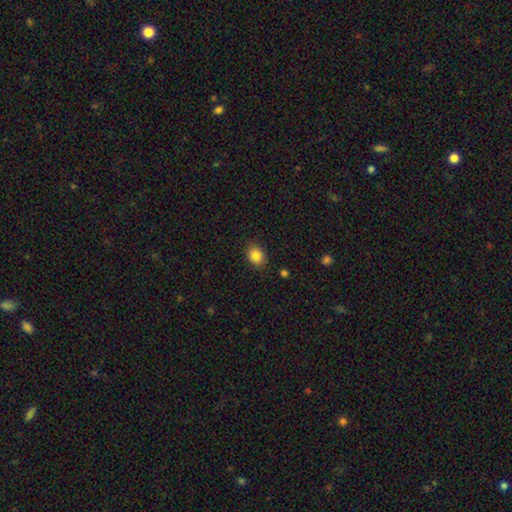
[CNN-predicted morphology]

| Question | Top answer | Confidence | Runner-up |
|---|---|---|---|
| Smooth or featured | smooth | 85% | star or artifact (10%) |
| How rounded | in between | 50% | round (49%) |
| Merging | none | 86% | minor disturbance (10%) |